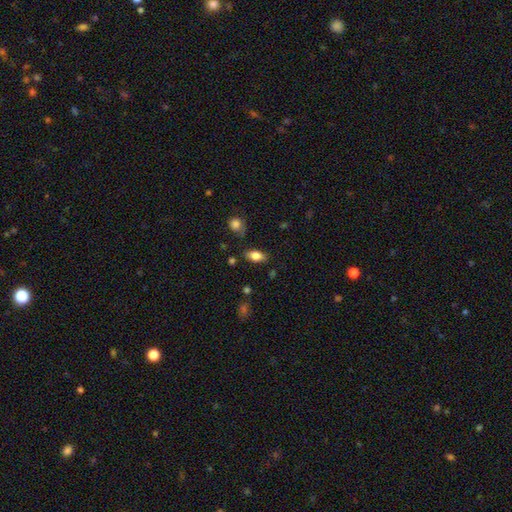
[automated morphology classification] Smooth or featured?
  - smooth: 77% *
  - featured or disk: 15%
  - star or artifact: 8%
How rounded?
  - in between: 88% *
  - cigar-shaped: 7%
  - round: 5%
Merging?
  - none: 79% *
  - minor disturbance: 14%
  - major disturbance: 4%
  - merger: 3%